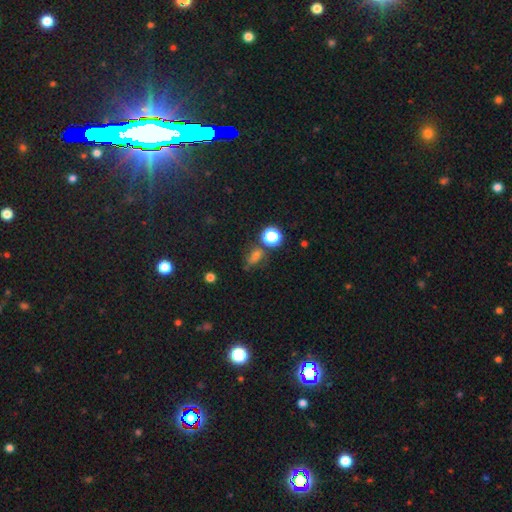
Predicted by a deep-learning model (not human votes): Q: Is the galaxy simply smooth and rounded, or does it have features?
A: smooth — 55%.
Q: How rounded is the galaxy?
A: in between — 57%.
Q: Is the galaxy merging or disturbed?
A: none — 57%.